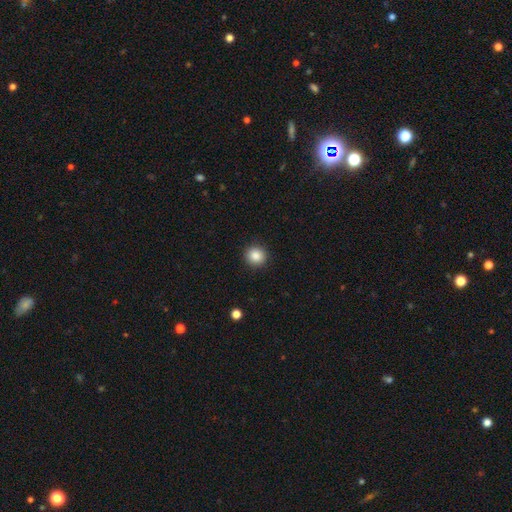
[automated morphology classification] type=smooth (87%); roundness=round (91%); merging=none (91%).